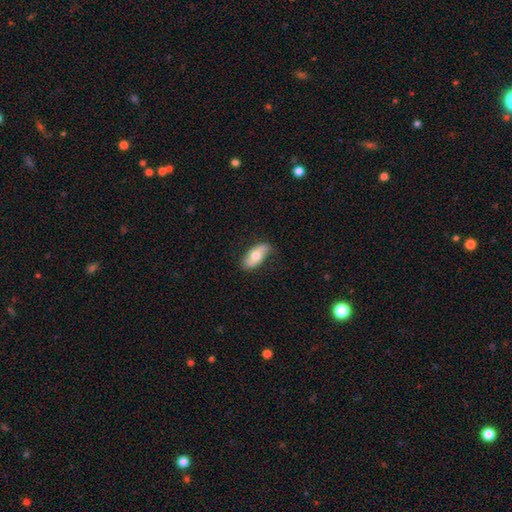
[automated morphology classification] A smooth galaxy with no disk features (66%) that is in between round and cigar-shaped (90%).

Vote fractions:
- Smooth or featured? smooth: 66% / featured or disk: 29% / star or artifact: 6%
- How rounded? in between: 90% / cigar-shaped: 7% / round: 3%
- Merging? none: 77% / minor disturbance: 18% / major disturbance: 3% / merger: 1%